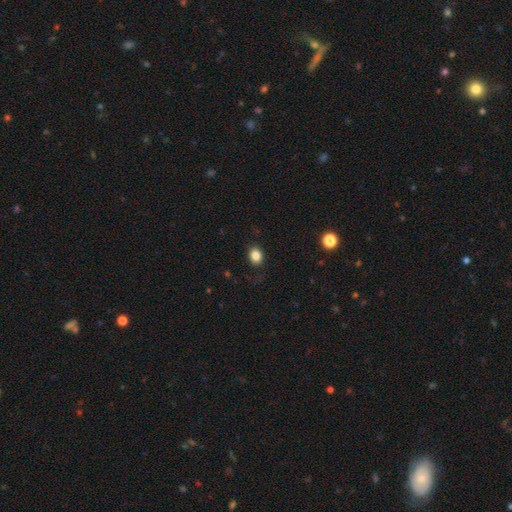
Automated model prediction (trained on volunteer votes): A smooth galaxy with no disk features (85%) that is in between round and cigar-shaped (53%).

Vote fractions:
- Smooth or featured? smooth: 85% / star or artifact: 10% / featured or disk: 5%
- How rounded? in between: 53% / round: 46% / cigar-shaped: 1%
- Merging? none: 85% / minor disturbance: 10% / major disturbance: 3% / merger: 1%